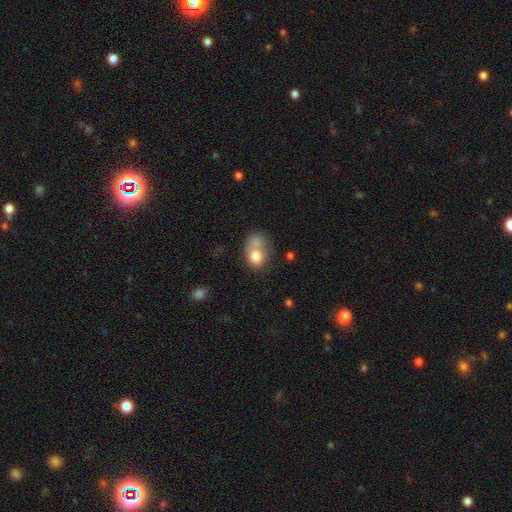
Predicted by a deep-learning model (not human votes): The model was most divided on "merging": merger: 46%, none: 24%, minor disturbance: 16%, major disturbance: 14%. More confident: smooth or featured — smooth (75%); how rounded — in between (61%).